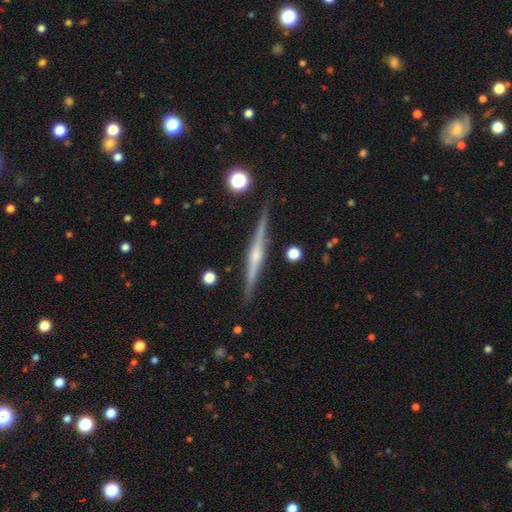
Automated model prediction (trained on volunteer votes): Smooth or featured? Predicted: featured or disk (p=0.81). Edge-on disk? Predicted: yes (p=0.98). Edge-on bulge? Predicted: rounded (p=0.75). Merging? Predicted: none (p=0.91).